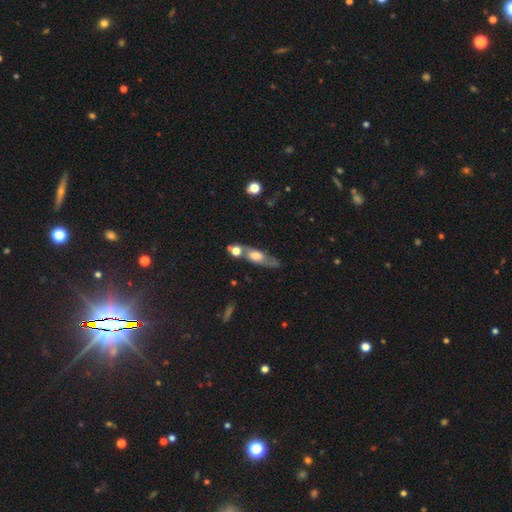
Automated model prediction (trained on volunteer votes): A featured or disk galaxy (47%).

Vote fractions:
- Smooth or featured? featured or disk: 47% / smooth: 44% / star or artifact: 9%
- Merging? none: 49% / merger: 27% / minor disturbance: 17% / major disturbance: 8%